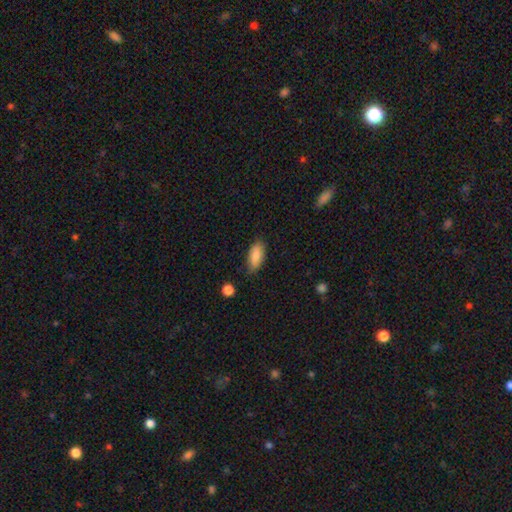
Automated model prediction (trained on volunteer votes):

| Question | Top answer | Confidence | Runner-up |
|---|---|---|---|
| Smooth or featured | smooth | 84% | featured or disk (9%) |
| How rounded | in between | 84% | cigar-shaped (14%) |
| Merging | none | 77% | minor disturbance (18%) |